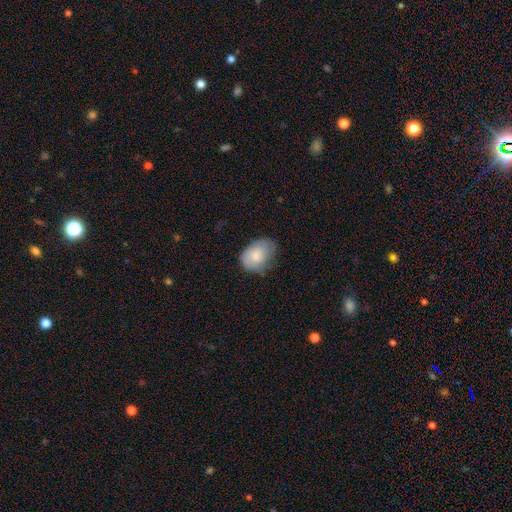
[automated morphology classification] Overall: smooth (72%). How rounded: in between (75%). Merging: none (62%; minor disturbance 30%).